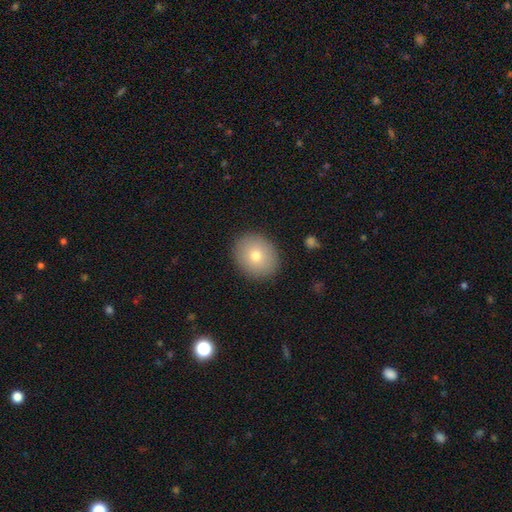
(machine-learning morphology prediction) Overall: smooth (75%). How rounded: round (64%; in between 35%). Merging: none (90%).